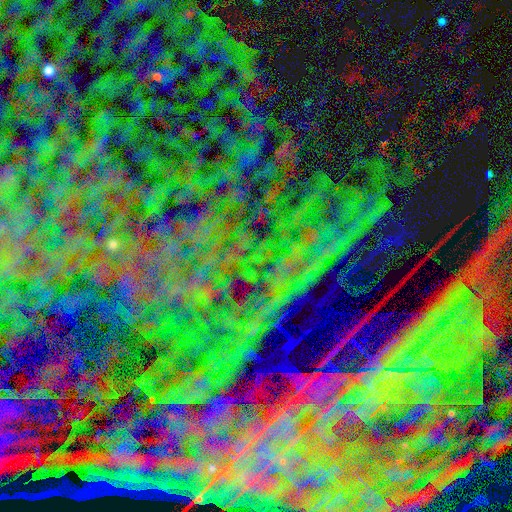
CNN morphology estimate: A star or artifact, not a galaxy (83%).

Vote fractions:
- Smooth or featured? star or artifact: 83% / smooth: 8% / featured or disk: 8%